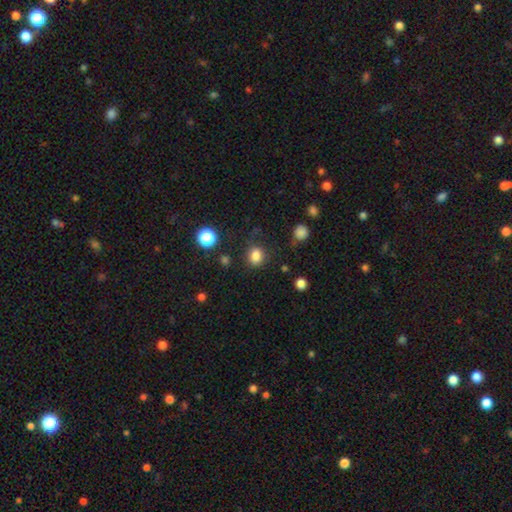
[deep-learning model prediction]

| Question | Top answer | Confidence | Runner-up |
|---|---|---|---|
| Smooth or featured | smooth | 83% | star or artifact (13%) |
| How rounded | round | 69% | in between (30%) |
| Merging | none | 79% | minor disturbance (13%) |